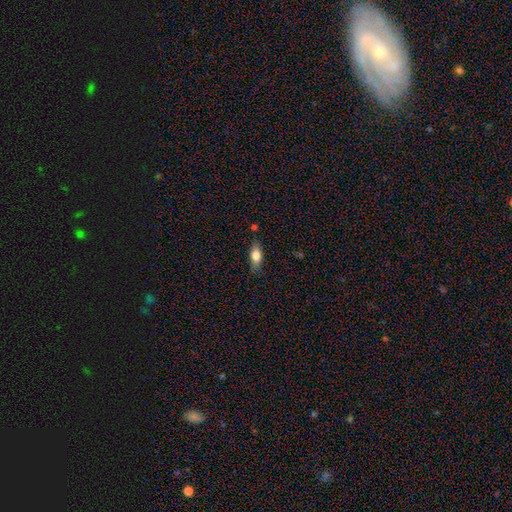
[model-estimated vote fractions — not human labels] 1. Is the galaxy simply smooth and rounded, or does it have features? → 70% smooth, 22% featured or disk, 8% star or artifact.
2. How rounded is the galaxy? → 73% in between, 22% cigar-shaped, 5% round.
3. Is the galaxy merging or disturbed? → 78% none, 16% minor disturbance, 4% major disturbance, 3% merger.